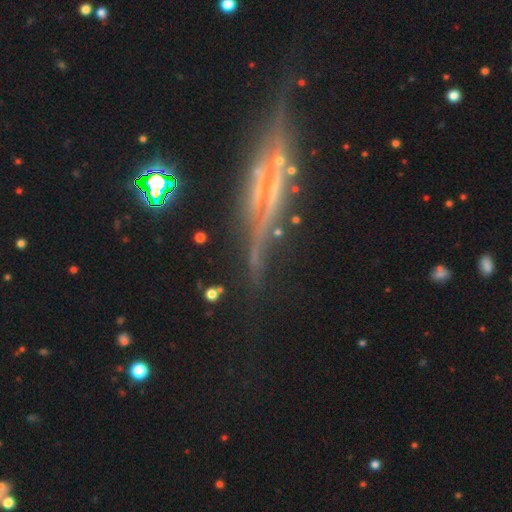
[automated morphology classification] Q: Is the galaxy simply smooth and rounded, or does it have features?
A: featured or disk — 67%.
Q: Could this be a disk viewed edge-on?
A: yes — 89%.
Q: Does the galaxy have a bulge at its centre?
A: none — 52%.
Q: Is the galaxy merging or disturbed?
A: none — 72%.